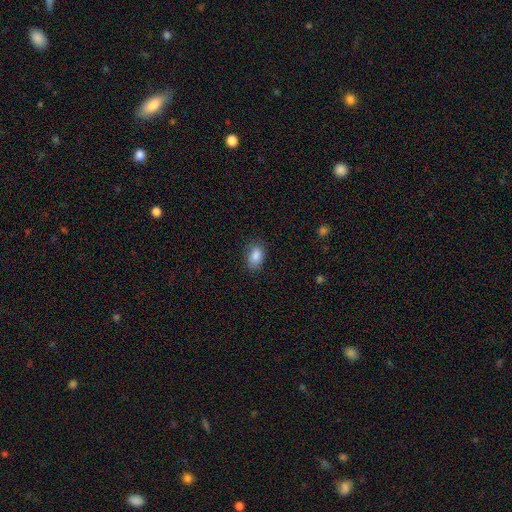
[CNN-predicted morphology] Overall: smooth (87%). How rounded: in between (87%). Merging: none (82%).